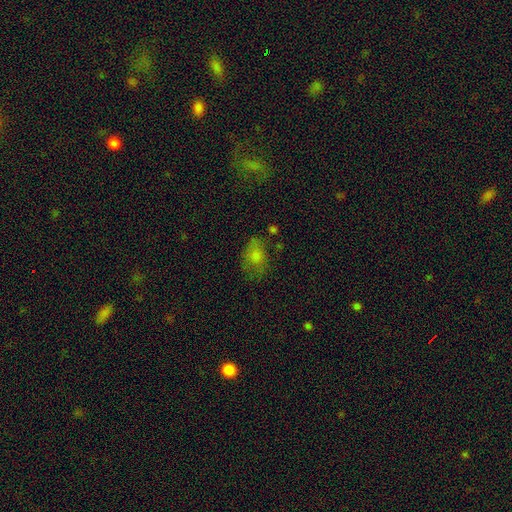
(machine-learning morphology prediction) Overall: smooth (65%). How rounded: in between (73%). Merging: none (63%; minor disturbance 23%).